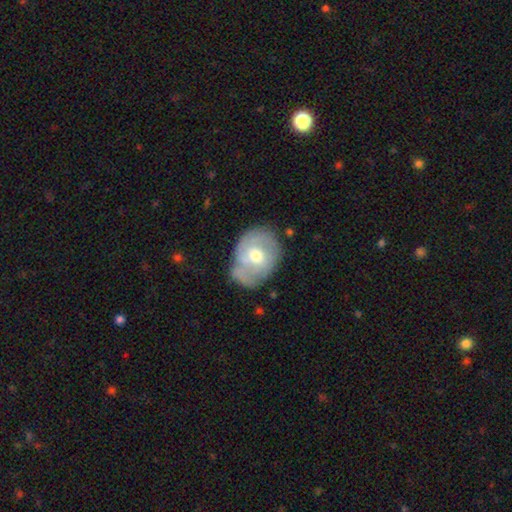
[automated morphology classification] smooth-or-featured: featured or disk: 54% | smooth: 39% | star or artifact: 7%
  disk-edge-on: no: 95% | yes: 5%
    bar: no: 69% | weak: 25% | strong: 5%
    has-spiral-arms: yes: 52% | no: 48%
    bulge-size: moderate: 75% | small: 17% | large: 7% | none: 1% | dominant: 1%
  merging: none: 55% | minor disturbance: 29% | major disturbance: 9% | merger: 7%